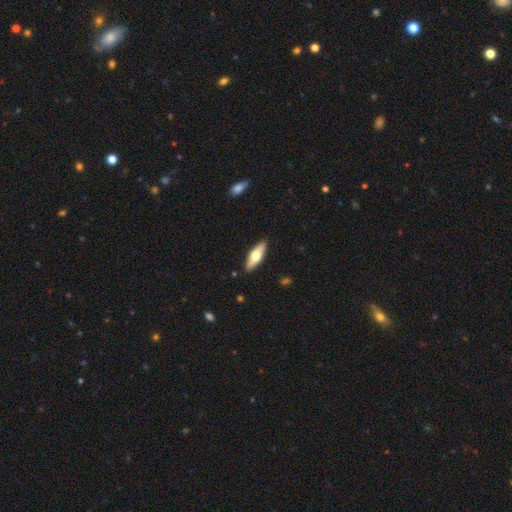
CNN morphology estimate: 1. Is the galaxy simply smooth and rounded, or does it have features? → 54% smooth, 40% featured or disk, 5% star or artifact.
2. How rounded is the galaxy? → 55% in between, 42% cigar-shaped, 2% round.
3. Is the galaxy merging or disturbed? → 89% none, 8% minor disturbance, 2% major disturbance, 1% merger.